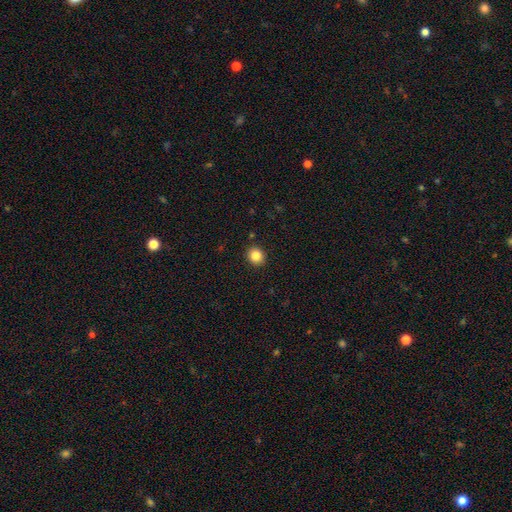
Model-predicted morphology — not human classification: smooth_or_featured: smooth (p=0.85) [alt: star or artifact p=0.10]
how_rounded: round (p=0.80) [alt: in between p=0.20]
merging: none (p=0.91) [alt: minor disturbance p=0.06]